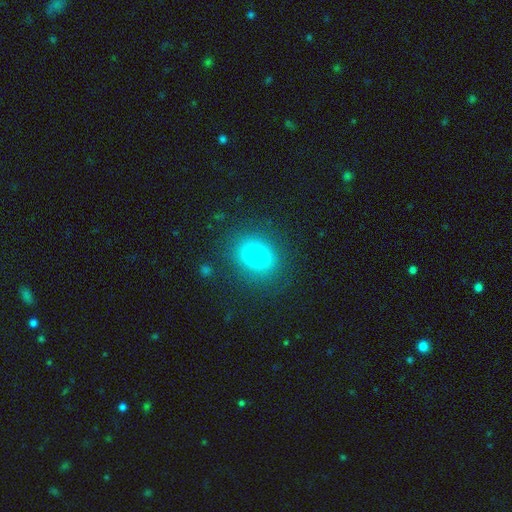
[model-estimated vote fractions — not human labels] Smooth or featured: smooth — 83% (star or artifact — 10%)
How rounded: in between — 57% (round — 42%)
Merging: none — 81% (minor disturbance — 12%)